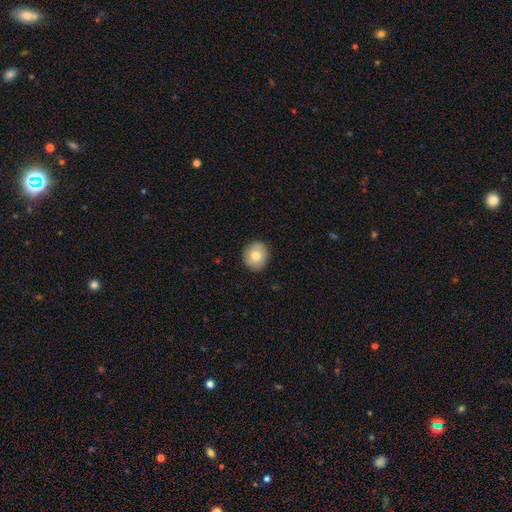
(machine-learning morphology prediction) This appears to be a smooth galaxy with no disk features (77%) that is round (83%). Merging: none (90%).